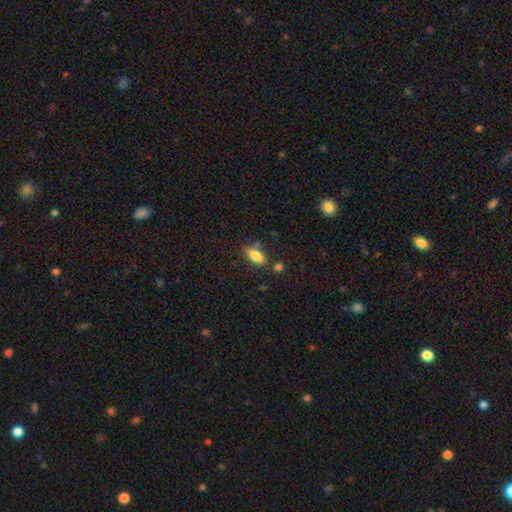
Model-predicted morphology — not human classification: smooth_or_featured: smooth (p=0.84) [alt: featured or disk p=0.08]
how_rounded: in between (p=0.84) [alt: cigar-shaped p=0.13]
merging: none (p=0.69) [alt: minor disturbance p=0.16]